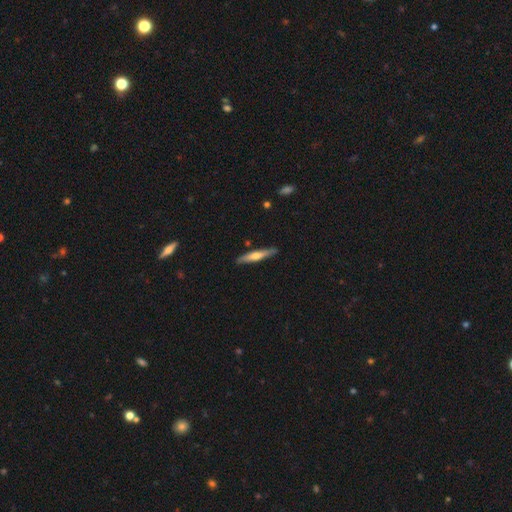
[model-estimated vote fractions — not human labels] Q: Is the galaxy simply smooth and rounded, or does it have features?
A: featured or disk — 48%.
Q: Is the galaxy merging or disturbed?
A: none — 87%.